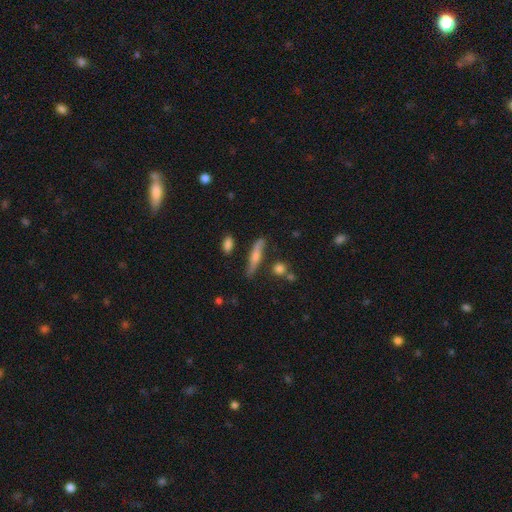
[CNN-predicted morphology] Smooth or featured?
  - featured or disk: 54% *
  - smooth: 37%
  - star or artifact: 9%
Edge-on disk?
  - yes: 87% *
  - no: 13%
Merging?
  - none: 76% *
  - minor disturbance: 16%
  - merger: 4%
  - major disturbance: 4%